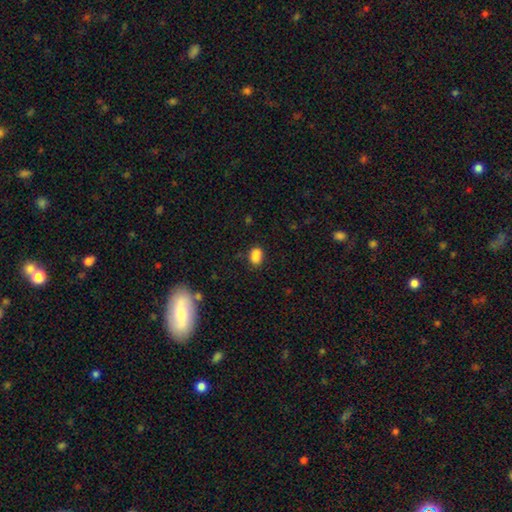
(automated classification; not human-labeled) This is clearly a smooth galaxy (85%). How rounded: likely in between (79%). Merging: likely none (71%).